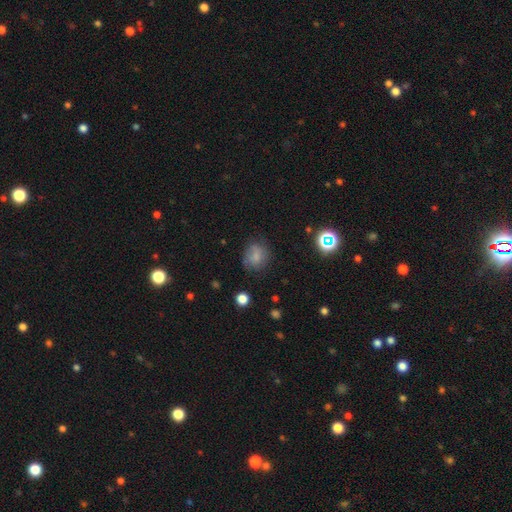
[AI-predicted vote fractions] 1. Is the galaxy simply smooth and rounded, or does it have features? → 73% smooth, 14% star or artifact, 14% featured or disk.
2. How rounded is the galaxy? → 67% round, 32% in between, 1% cigar-shaped.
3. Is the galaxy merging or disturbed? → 67% none, 22% minor disturbance, 9% major disturbance, 2% merger.